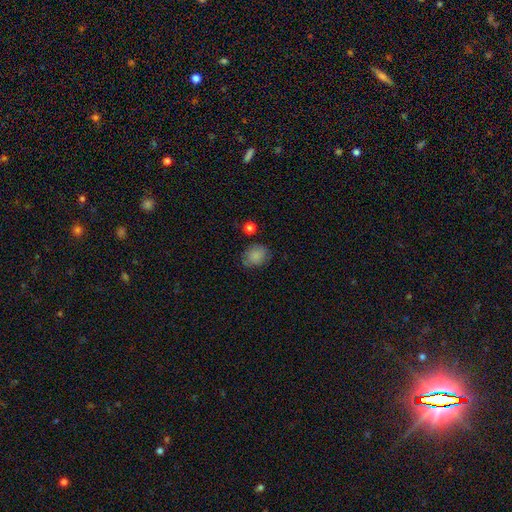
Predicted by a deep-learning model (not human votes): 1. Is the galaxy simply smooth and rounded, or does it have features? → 82% smooth, 9% featured or disk, 9% star or artifact.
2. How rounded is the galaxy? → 53% round, 46% in between, 1% cigar-shaped.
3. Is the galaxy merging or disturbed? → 72% none, 20% minor disturbance, 5% major disturbance, 3% merger.